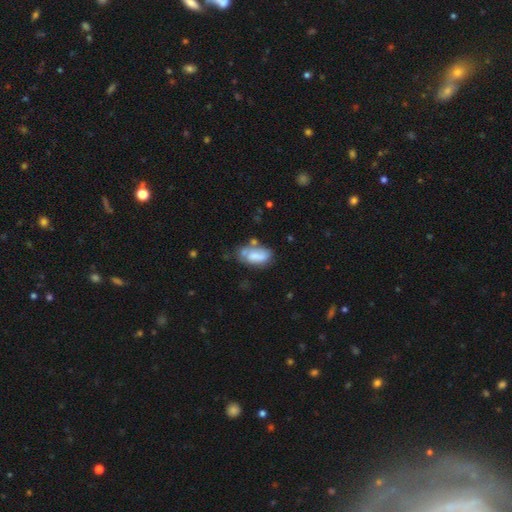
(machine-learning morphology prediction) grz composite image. It shows a smooth galaxy with no disk features (66%) that is in between round and cigar-shaped (90%). Merging: none (43%).